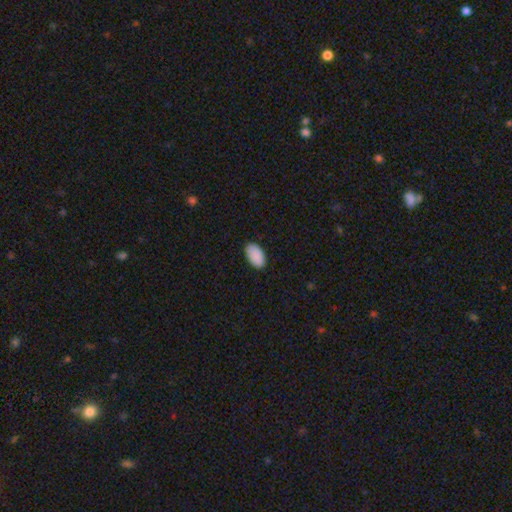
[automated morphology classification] Q: Smooth or featured?
A: smooth (91%); runner-up: star or artifact (7%)
Q: How rounded?
A: in between (95%); runner-up: round (3%)
Q: Merging?
A: none (87%); runner-up: minor disturbance (10%)